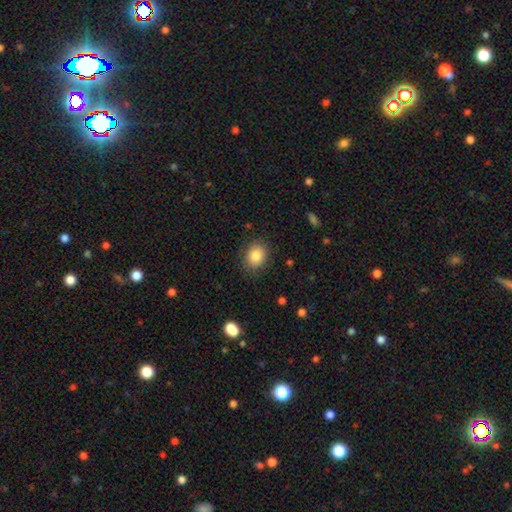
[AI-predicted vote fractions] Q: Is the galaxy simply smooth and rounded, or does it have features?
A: smooth — 85%.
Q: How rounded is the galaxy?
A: round — 52%.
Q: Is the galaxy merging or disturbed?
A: none — 85%.